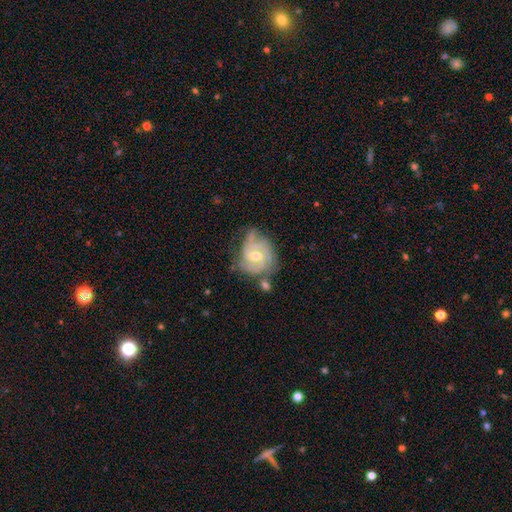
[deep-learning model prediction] The model was most divided on "bar": weak: 48%, no: 41%, strong: 11%. Remaining: edge-on disk — no (98%); spiral arms — yes (96%); smooth or featured — featured or disk (86%); bulge size — moderate (67%); spiral winding — tight (64%); merging — none (56%); spiral arm count — 3 (41%).